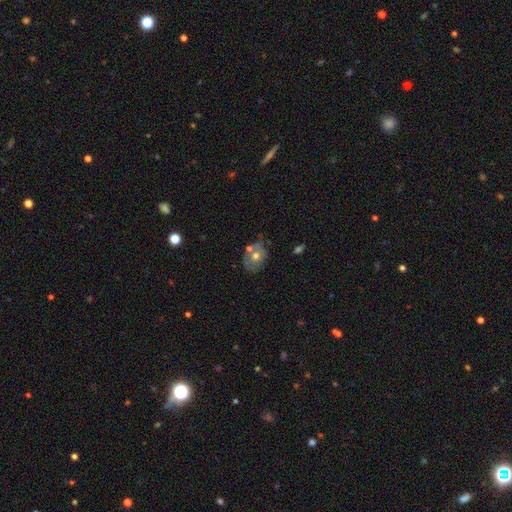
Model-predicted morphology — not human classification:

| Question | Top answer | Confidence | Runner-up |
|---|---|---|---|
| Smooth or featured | smooth | 46% | featured or disk (45%) |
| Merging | none | 53% | minor disturbance (22%) |